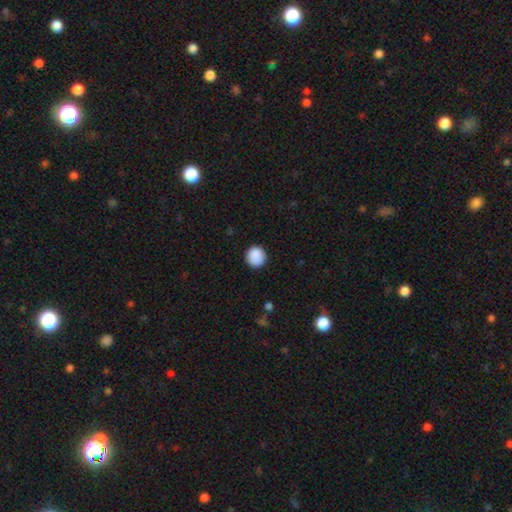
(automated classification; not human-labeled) Smooth or featured: smooth — 89% (star or artifact — 8%)
How rounded: round — 91% (in between — 8%)
Merging: none — 90% (minor disturbance — 7%)